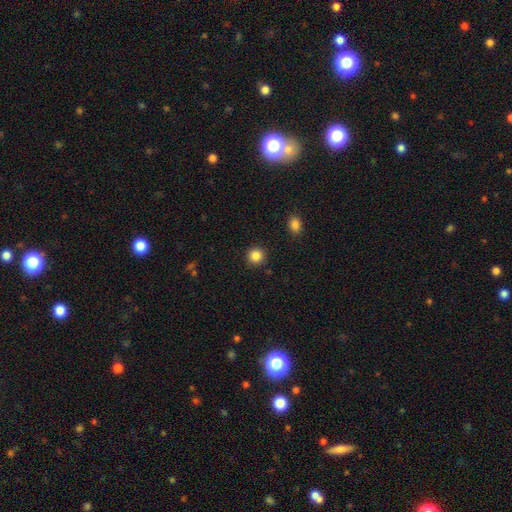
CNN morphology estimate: The model was most divided on "smooth or featured": smooth: 86%, star or artifact: 10%, featured or disk: 4%. More confident: how rounded — round (94%); merging — none (91%).